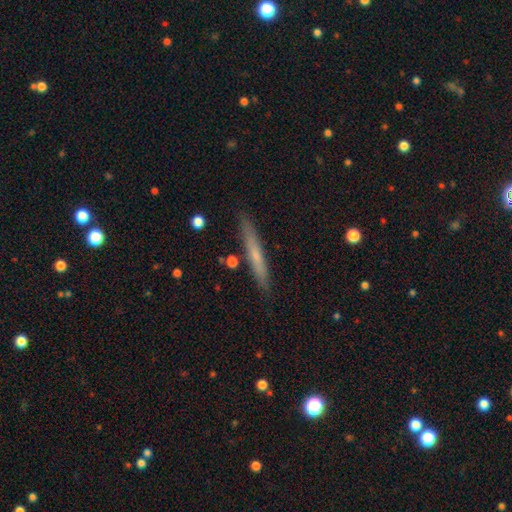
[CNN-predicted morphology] Smooth or featured: smooth — 57% (featured or disk — 37%)
How rounded: cigar-shaped — 95% (in between — 3%)
Merging: none — 88% (minor disturbance — 8%)